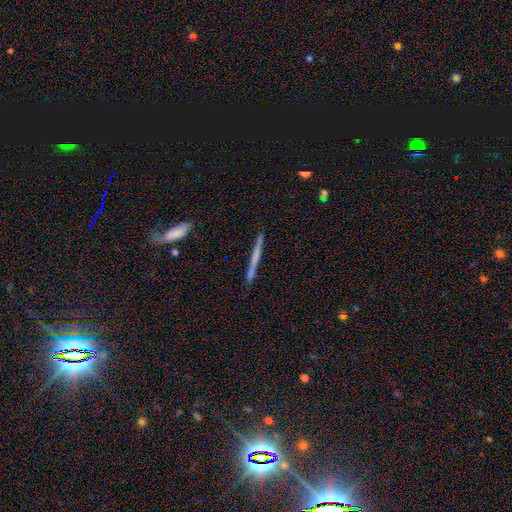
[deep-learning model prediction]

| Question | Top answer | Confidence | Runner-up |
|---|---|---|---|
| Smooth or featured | smooth | 49% | featured or disk (45%) |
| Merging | none | 85% | minor disturbance (10%) |